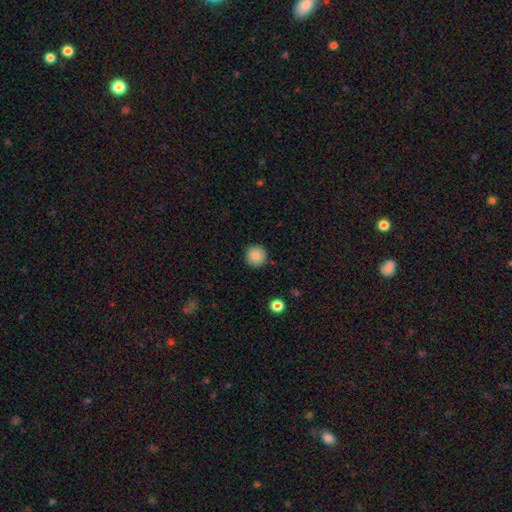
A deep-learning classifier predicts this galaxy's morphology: This is clearly a smooth galaxy (86%). How rounded: clearly round (95%). Merging: clearly none (90%).